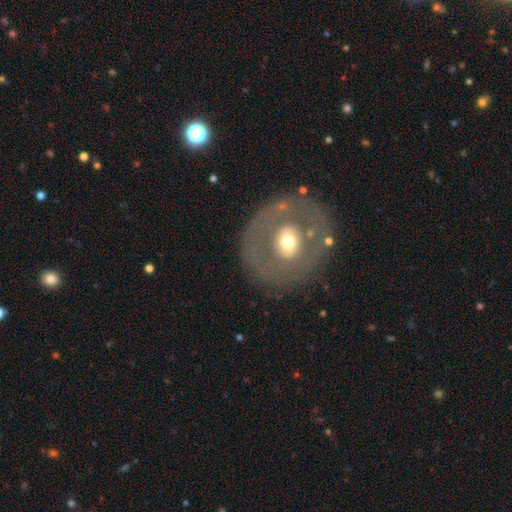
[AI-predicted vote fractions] smooth_or_featured: featured or disk (p=0.57) [alt: smooth p=0.34]
disk_edge_on: no (p=0.94) [alt: yes p=0.06]
bar: no (p=0.65) [alt: weak p=0.24]
has_spiral_arms: no (p=0.76) [alt: yes p=0.24]
bulge_size: moderate (p=0.67) [alt: small p=0.23]
merging: none (p=0.78) [alt: minor disturbance p=0.13]